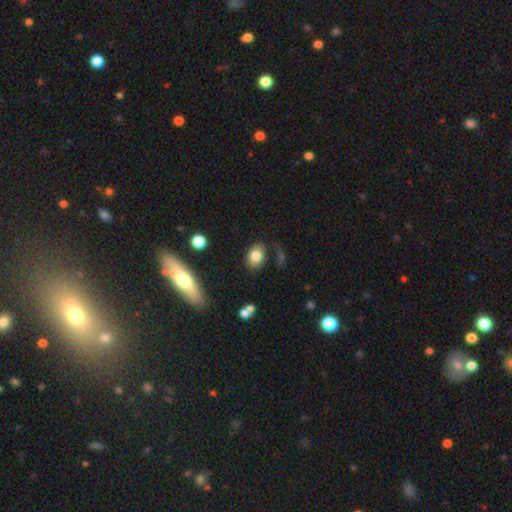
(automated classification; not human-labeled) A smooth galaxy with no disk features (80%) that is in between round and cigar-shaped (76%). Merging: none (69%).